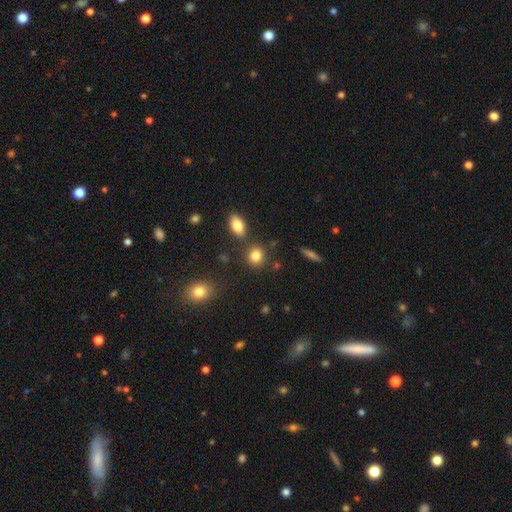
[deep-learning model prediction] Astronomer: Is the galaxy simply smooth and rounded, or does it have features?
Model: smooth — 84%.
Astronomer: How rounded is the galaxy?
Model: round — 75%.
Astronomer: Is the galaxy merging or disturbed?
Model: none — 79%.